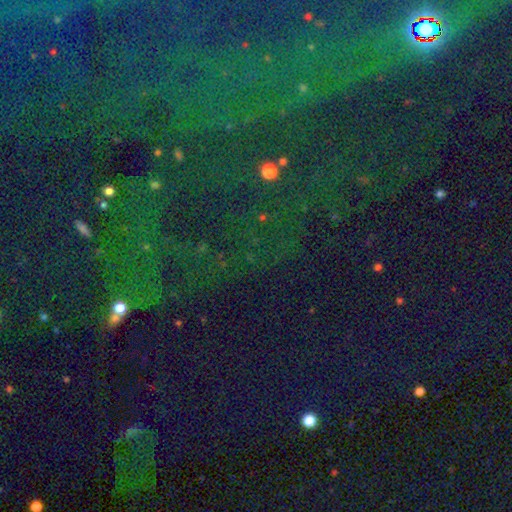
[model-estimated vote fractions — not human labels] Smooth or featured? star or artifact (82%)